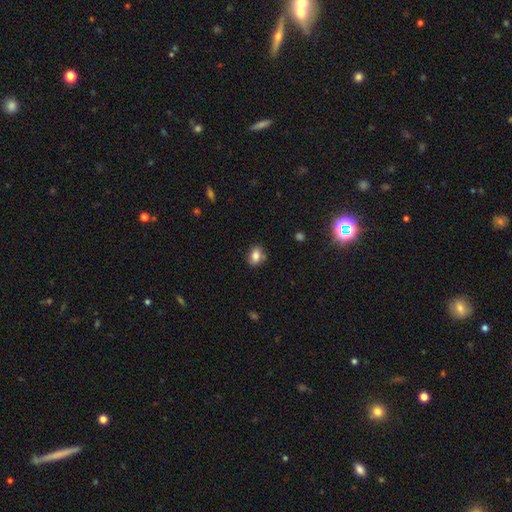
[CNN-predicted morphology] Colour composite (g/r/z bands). It shows a smooth galaxy with no disk features (82%) that is in between round and cigar-shaped (69%). Merging: none (78%).